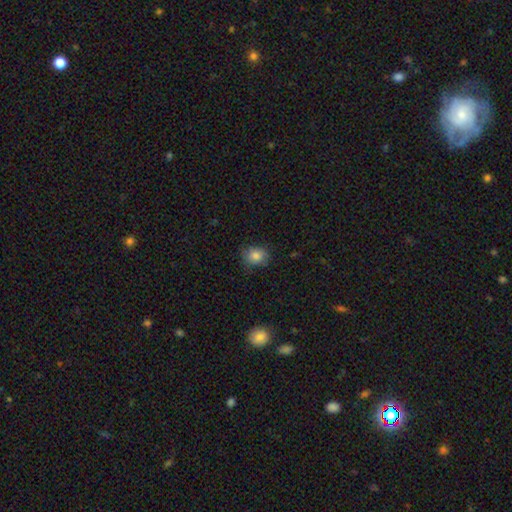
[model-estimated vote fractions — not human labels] Overall: smooth (83%). How rounded: round (59%; in between 40%). Merging: none (79%).